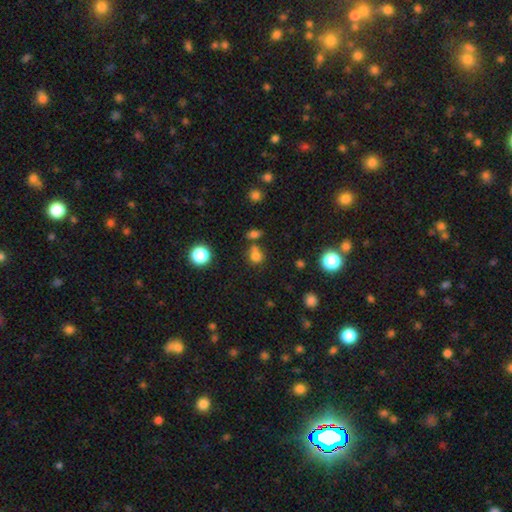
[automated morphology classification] smooth-or-featured: smooth: 75% | star or artifact: 18% | featured or disk: 7%
  how-rounded: round: 72% | in between: 27% | cigar-shaped: 1%
  merging: none: 52% | merger: 28% | minor disturbance: 14% | major disturbance: 6%